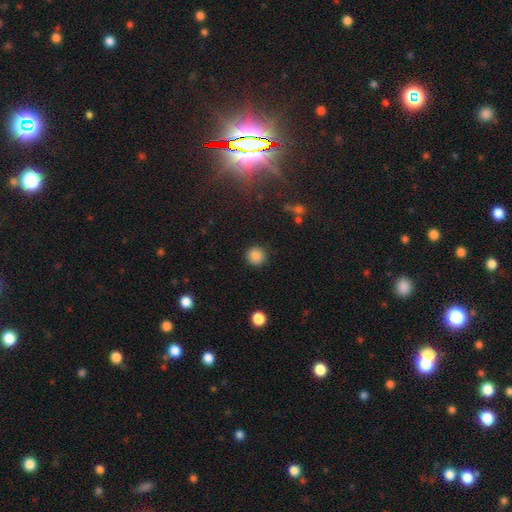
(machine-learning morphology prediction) smooth 85%, star or artifact 11%, featured or disk 4%. Down the decision tree: how rounded — round (94%); merging — none (90%).